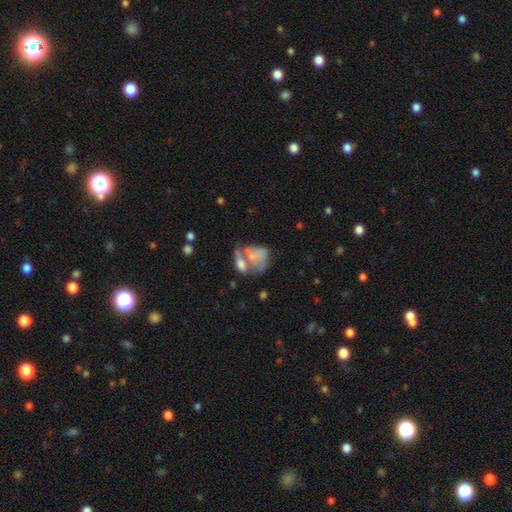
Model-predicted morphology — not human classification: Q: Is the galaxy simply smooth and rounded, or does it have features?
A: smooth — 61%.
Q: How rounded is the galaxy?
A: in between — 68%.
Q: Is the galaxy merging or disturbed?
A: merger — 53%.